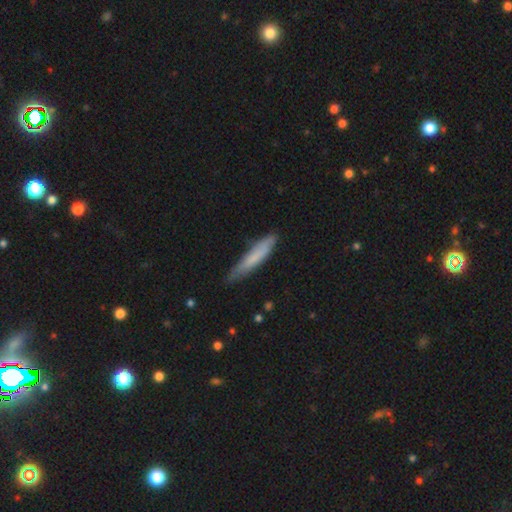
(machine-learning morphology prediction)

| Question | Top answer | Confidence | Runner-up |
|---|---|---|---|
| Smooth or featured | smooth | 72% | featured or disk (22%) |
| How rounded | cigar-shaped | 89% | in between (10%) |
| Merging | none | 69% | minor disturbance (25%) |